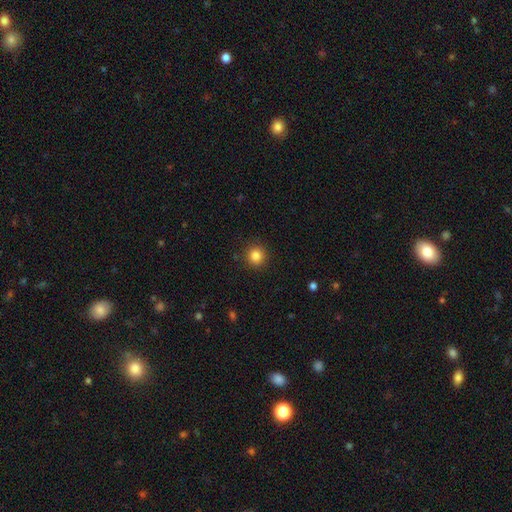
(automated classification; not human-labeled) Smooth or featured? Predicted: smooth (p=0.84). How rounded? Predicted: round (p=0.94). Merging? Predicted: none (p=0.91).